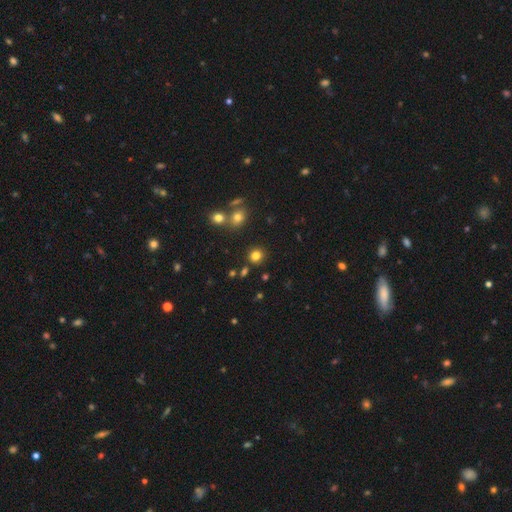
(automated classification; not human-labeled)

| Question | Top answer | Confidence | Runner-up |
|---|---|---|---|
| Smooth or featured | smooth | 79% | star or artifact (15%) |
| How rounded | round | 89% | in between (10%) |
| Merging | none | 85% | minor disturbance (7%) |